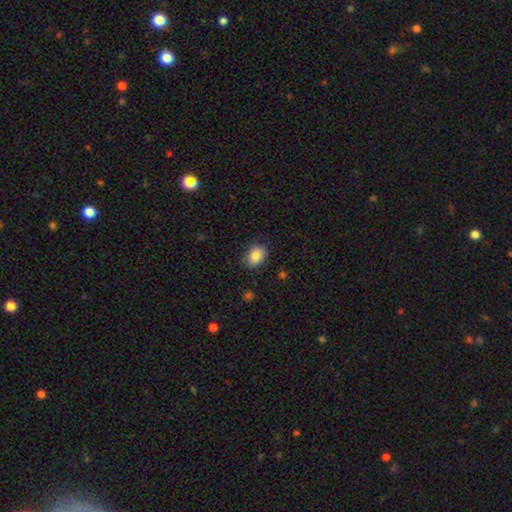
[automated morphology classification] Q: Smooth or featured?
A: smooth (88%); runner-up: star or artifact (8%)
Q: How rounded?
A: in between (77%); runner-up: round (22%)
Q: Merging?
A: none (80%); runner-up: minor disturbance (15%)